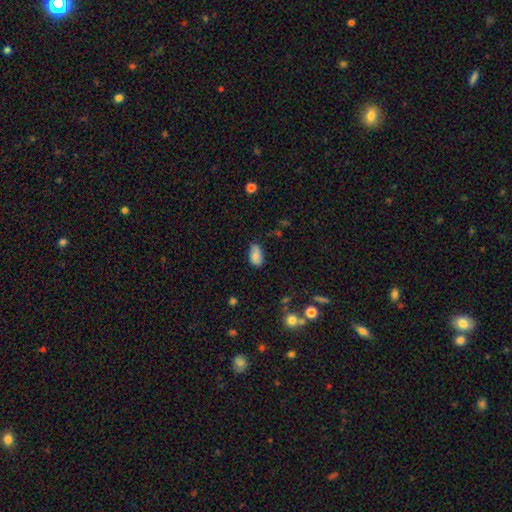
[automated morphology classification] A smooth galaxy with no disk features (76%) that is in between round and cigar-shaped (92%). Merging: none (65%).